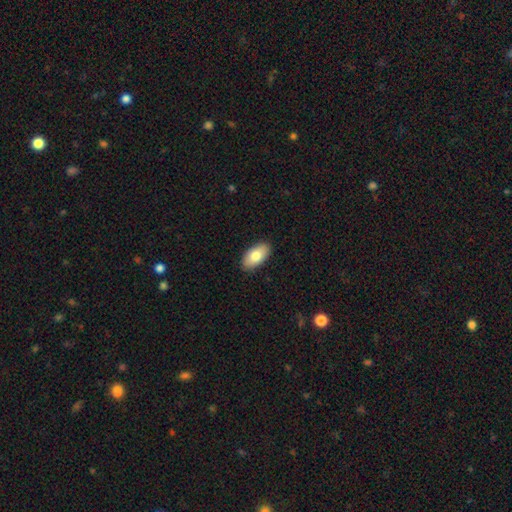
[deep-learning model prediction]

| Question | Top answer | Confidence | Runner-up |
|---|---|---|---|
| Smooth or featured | smooth | 79% | featured or disk (15%) |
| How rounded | in between | 94% | round (3%) |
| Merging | none | 89% | minor disturbance (8%) |